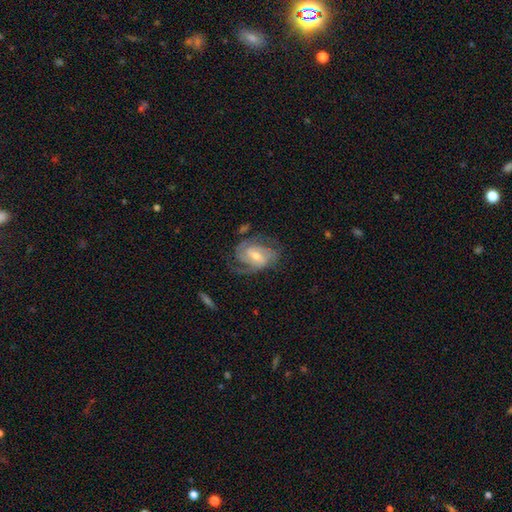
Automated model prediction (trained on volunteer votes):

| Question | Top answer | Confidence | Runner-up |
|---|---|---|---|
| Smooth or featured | featured or disk | 85% | smooth (10%) |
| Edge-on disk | no | 97% | yes (3%) |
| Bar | weak | 54% | no (25%) |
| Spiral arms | yes | 96% | no (4%) |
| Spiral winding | medium | 43% | tied: tight (43%) |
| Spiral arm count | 2 | 50% | 3 (22%) |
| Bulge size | moderate | 55% | small (38%) |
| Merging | none | 61% | minor disturbance (21%) |